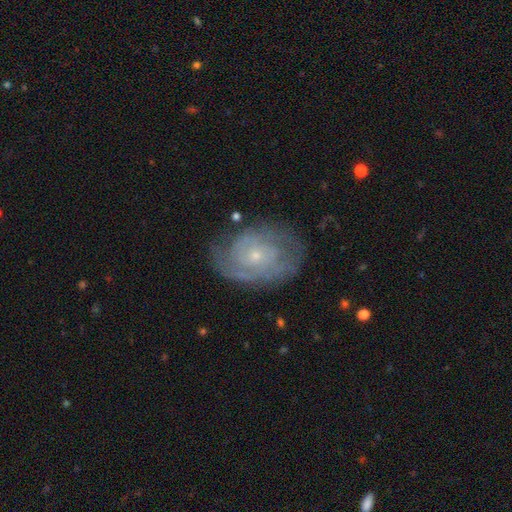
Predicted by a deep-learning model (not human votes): Q: Smooth or featured?
A: featured or disk (80%); runner-up: smooth (14%)
Q: Edge-on disk?
A: no (97%); runner-up: yes (3%)
Q: Bar?
A: no (78%); runner-up: weak (19%)
Q: Spiral arms?
A: yes (90%); runner-up: no (10%)
Q: Spiral winding?
A: tight (64%); runner-up: medium (28%)
Q: Spiral arm count?
A: can't tell (39%); runner-up: 2 (33%)
Q: Bulge size?
A: small (76%); runner-up: moderate (20%)
Q: Merging?
A: none (68%); runner-up: minor disturbance (21%)